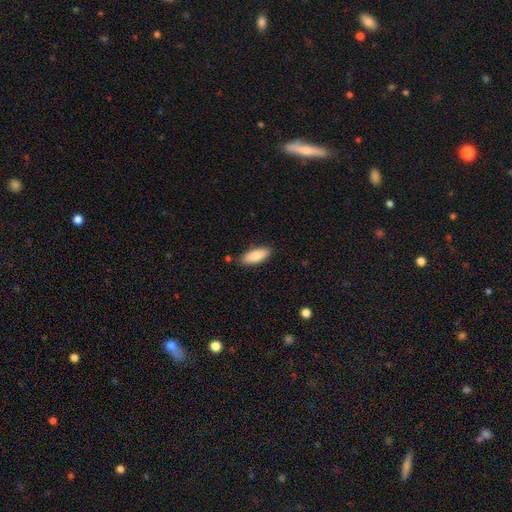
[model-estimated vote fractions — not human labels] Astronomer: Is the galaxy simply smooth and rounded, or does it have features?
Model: smooth — 85%.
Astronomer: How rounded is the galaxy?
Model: in between — 77%.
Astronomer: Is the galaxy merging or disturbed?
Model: none — 84%.